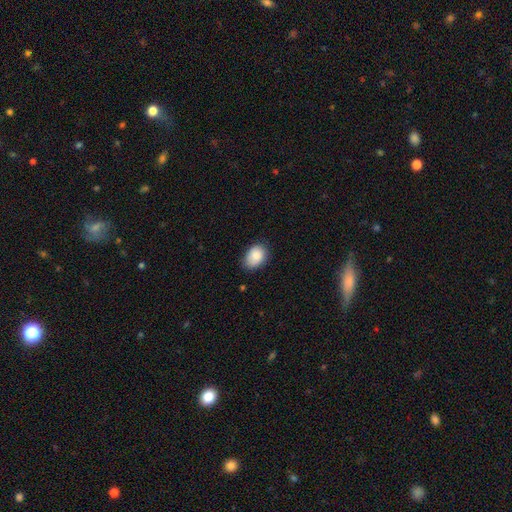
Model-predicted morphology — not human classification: Q: Smooth or featured?
A: smooth (86%); runner-up: star or artifact (7%)
Q: How rounded?
A: in between (79%); runner-up: round (20%)
Q: Merging?
A: none (72%); runner-up: minor disturbance (23%)